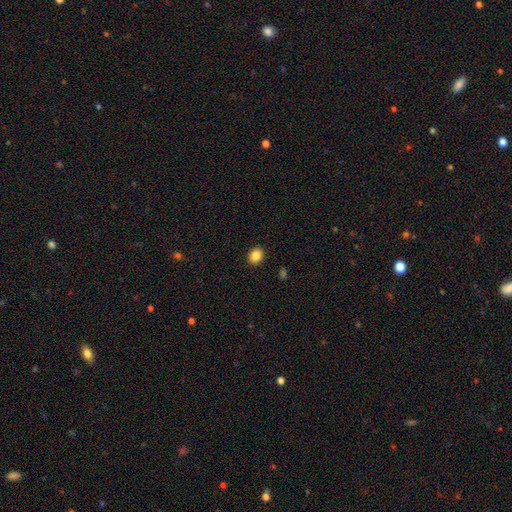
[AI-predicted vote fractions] Smooth or featured? smooth (86%)
How rounded? round (54%)
Merging? none (91%)